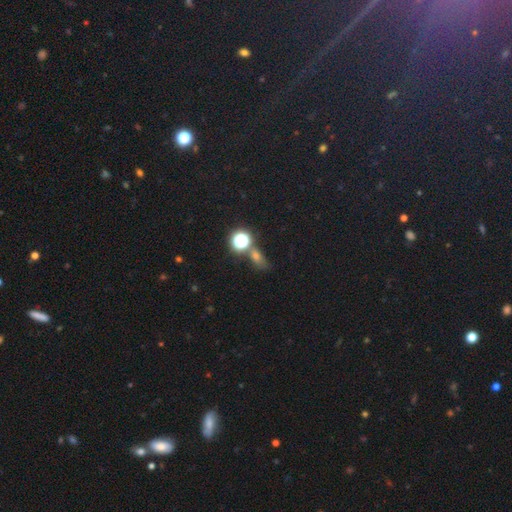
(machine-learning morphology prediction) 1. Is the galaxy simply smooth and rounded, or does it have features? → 48% smooth, 42% star or artifact, 10% featured or disk.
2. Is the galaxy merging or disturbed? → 60% none, 19% merger, 13% minor disturbance, 8% major disturbance.